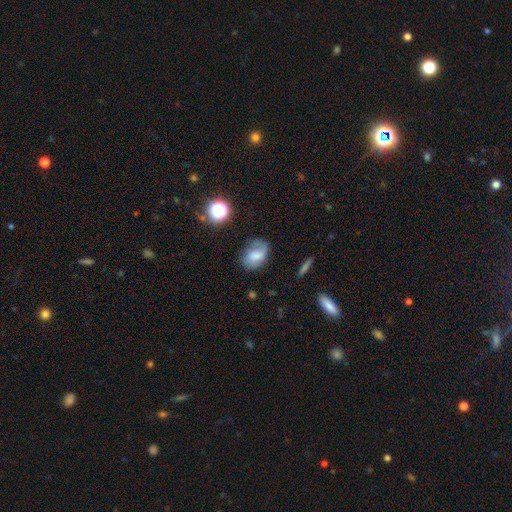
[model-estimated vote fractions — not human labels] A smooth galaxy with no disk features (60%) that is in between round and cigar-shaped (75%). Merging: none (60%).